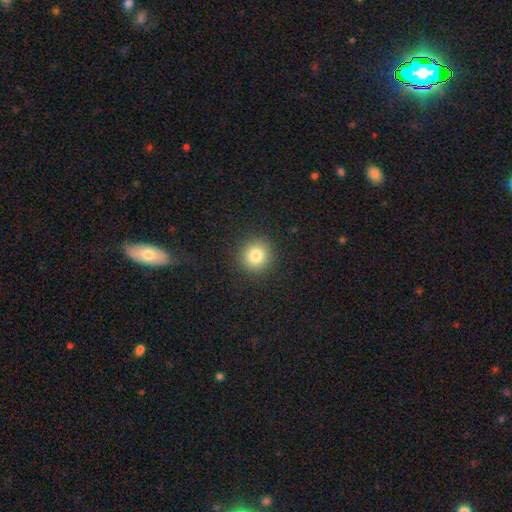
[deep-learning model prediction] This appears to be a smooth galaxy with no disk features (82%) that is round (93%). Merging: none (91%).